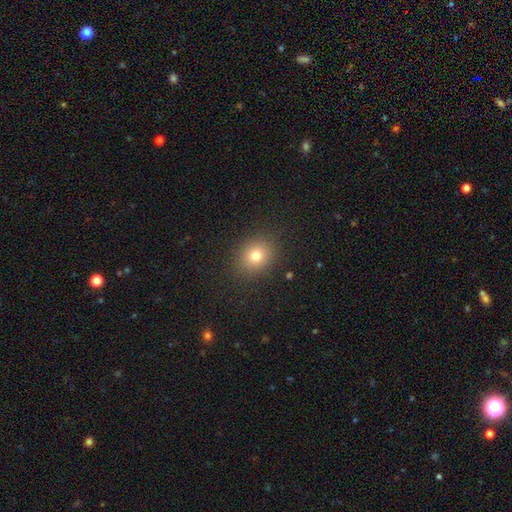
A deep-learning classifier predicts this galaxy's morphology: This appears to be a smooth galaxy with no disk features (77%) that is round (68%). Merging: none (88%).